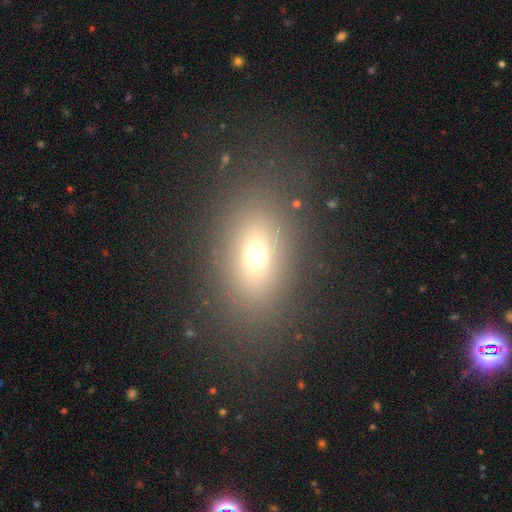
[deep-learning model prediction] A smooth galaxy with no disk features (67%) that is in between round and cigar-shaped (71%). Merging: none (82%).